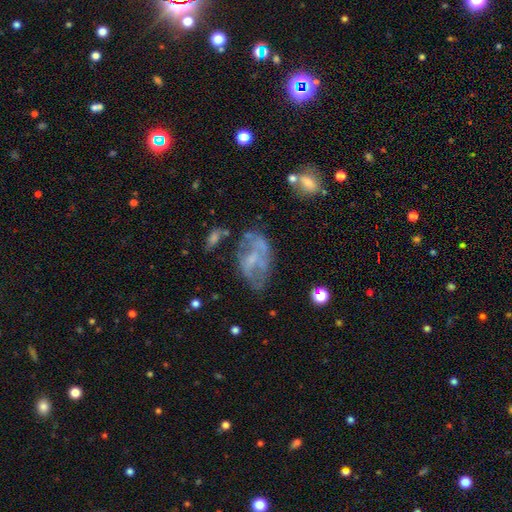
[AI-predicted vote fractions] A featured or disk galaxy (63%) with no bar (61%), no spiral arms (55%) and a small central bulge (41%). Merging: none (45%).